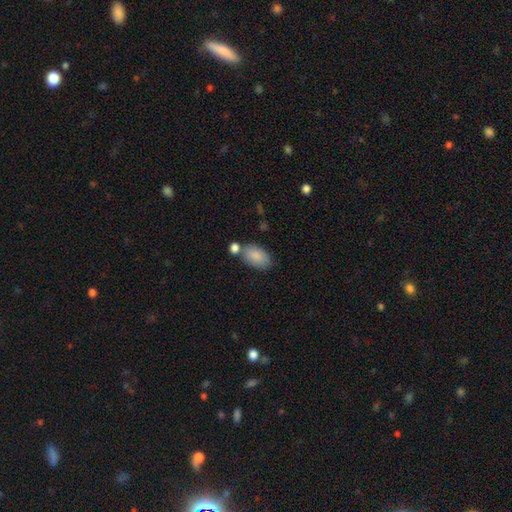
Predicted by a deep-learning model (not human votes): This is clearly a smooth galaxy (87%). How rounded: clearly in between (93%). Merging: likely none (65%).